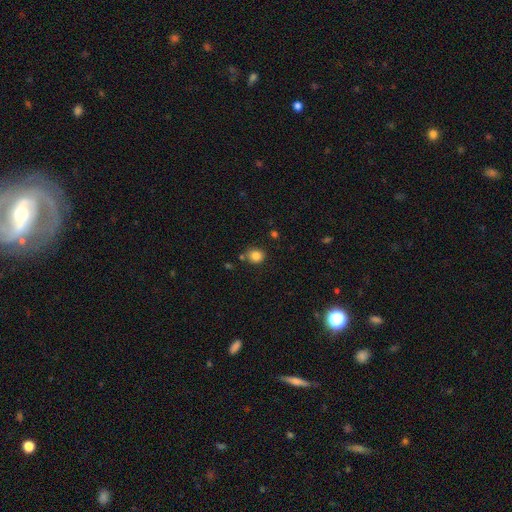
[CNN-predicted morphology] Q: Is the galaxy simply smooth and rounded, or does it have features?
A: smooth — 84%.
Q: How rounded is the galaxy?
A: round — 80%.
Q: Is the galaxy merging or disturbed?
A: none — 77%.